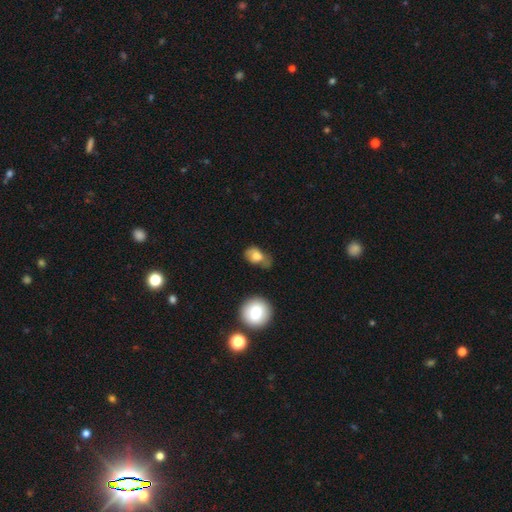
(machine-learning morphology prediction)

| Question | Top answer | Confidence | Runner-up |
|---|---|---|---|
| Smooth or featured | smooth | 71% | featured or disk (20%) |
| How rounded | in between | 74% | round (23%) |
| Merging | none | 36% | tied: minor disturbance (36%) |